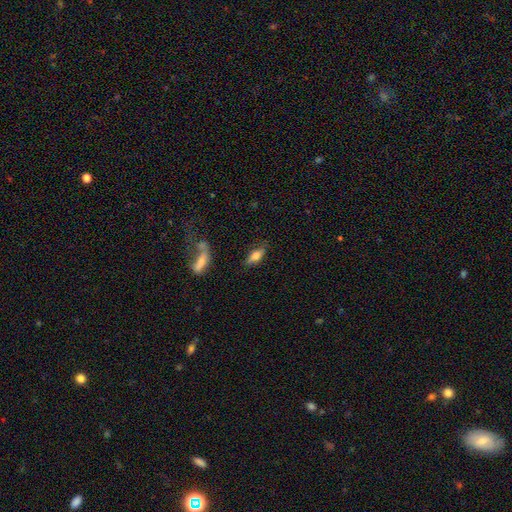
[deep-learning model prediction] This appears to be a smooth galaxy with no disk features (62%) that is in between round and cigar-shaped (69%). Merging: none (76%).